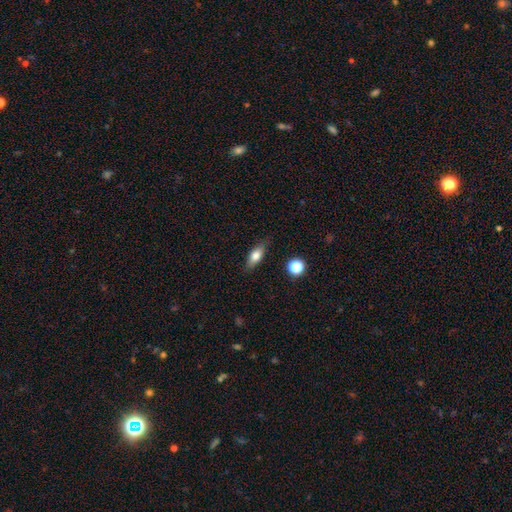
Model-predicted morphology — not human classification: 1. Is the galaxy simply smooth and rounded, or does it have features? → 73% smooth, 18% featured or disk, 8% star or artifact.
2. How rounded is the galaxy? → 72% in between, 23% cigar-shaped, 6% round.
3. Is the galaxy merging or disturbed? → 83% none, 12% minor disturbance, 3% major disturbance, 2% merger.